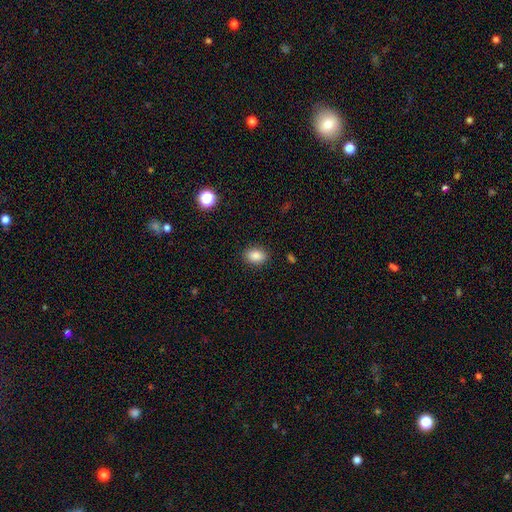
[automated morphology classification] The model was most divided on "how rounded": in between: 76%, round: 23%, cigar-shaped: 1%. More confident: merging — none (88%); smooth or featured — smooth (87%).